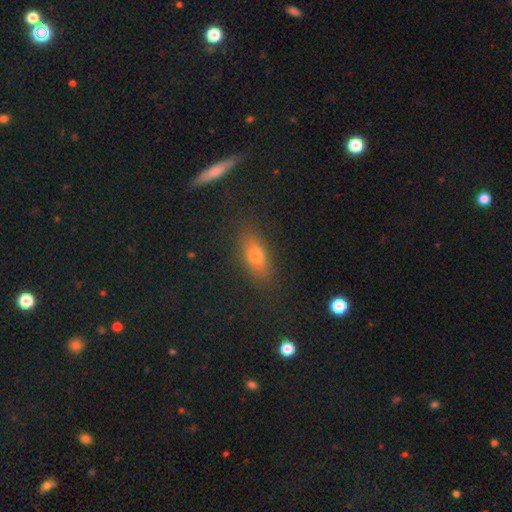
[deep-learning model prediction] The model was most divided on "how rounded": in between: 66%, cigar-shaped: 24%, round: 10%. More confident: merging — none (84%); smooth or featured — smooth (65%).